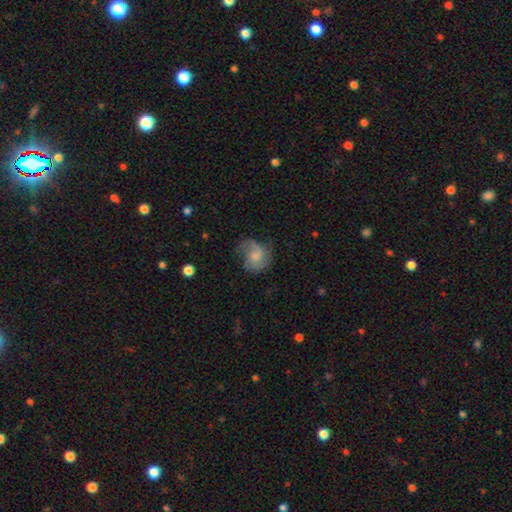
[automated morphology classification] type=featured or disk (53%); edge-on=no (98%); bar=no (69%); spiral arms=yes (85%); bulge=small (41%); merging=none (47%).